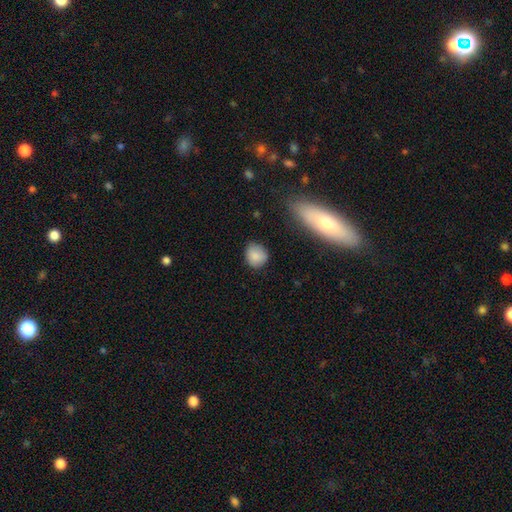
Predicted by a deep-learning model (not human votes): This appears to be a smooth galaxy with no disk features (85%) that is round (77%). Merging: none (80%).